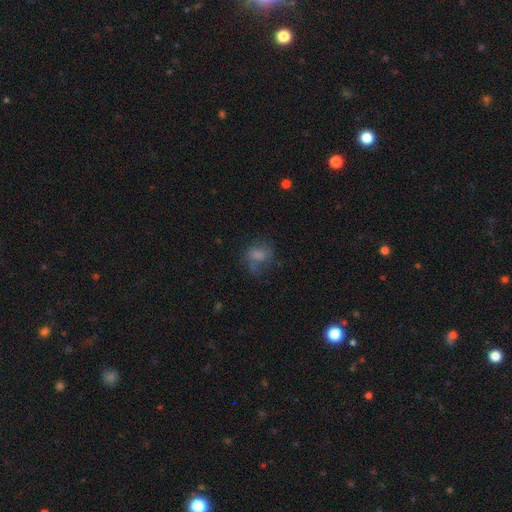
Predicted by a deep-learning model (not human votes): Smooth or featured? smooth (48%)
Merging? none (55%)